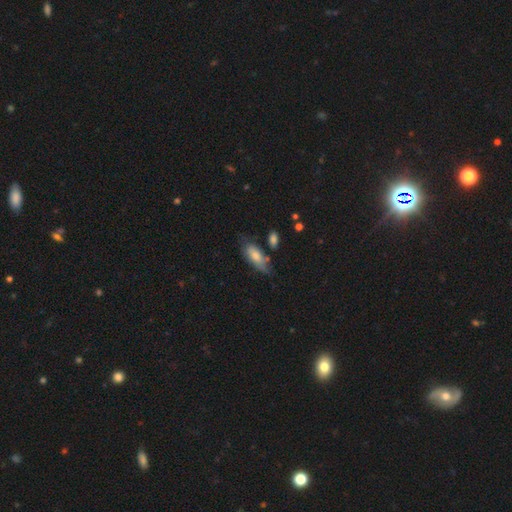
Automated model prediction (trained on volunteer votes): Smooth or featured? Predicted: smooth (p=0.72). How rounded? Predicted: in between (p=0.80). Merging? Predicted: none (p=0.52).